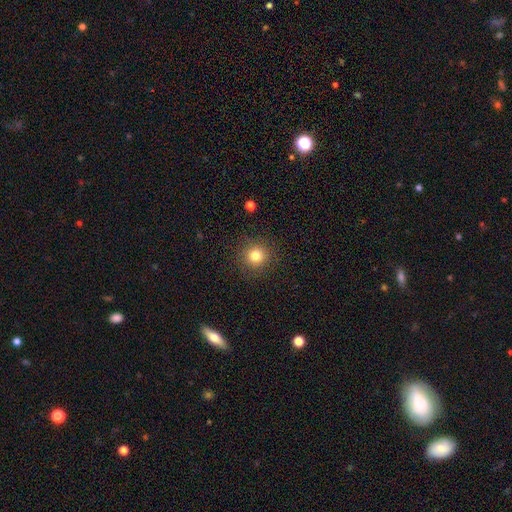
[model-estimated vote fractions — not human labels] The model was most divided on "smooth or featured": smooth: 80%, star or artifact: 13%, featured or disk: 7%. More confident: how rounded — round (93%); merging — none (90%).